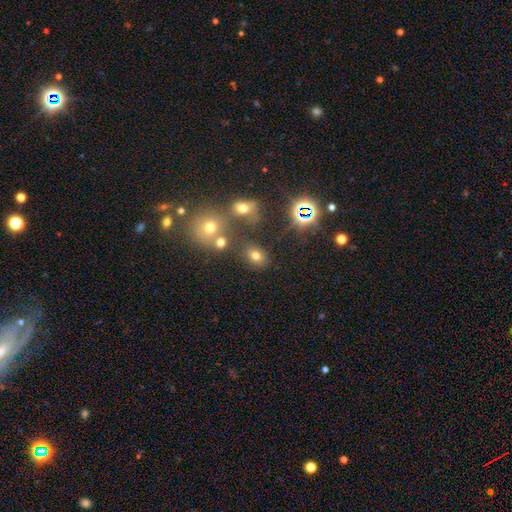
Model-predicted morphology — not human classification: This is likely a smooth galaxy (67%). How rounded: likely in between (62%). Merging: likely none (74%).